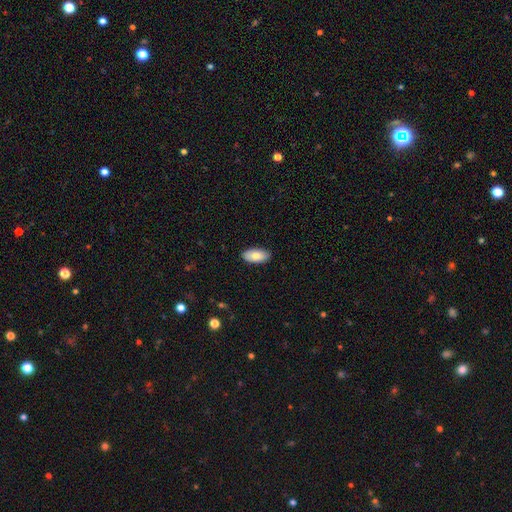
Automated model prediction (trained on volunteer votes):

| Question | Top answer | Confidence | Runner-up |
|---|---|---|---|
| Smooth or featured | smooth | 76% | featured or disk (17%) |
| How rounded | in between | 94% | cigar-shaped (4%) |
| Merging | none | 88% | minor disturbance (10%) |